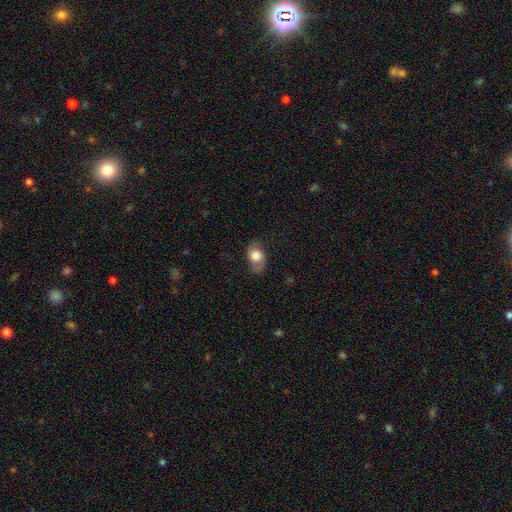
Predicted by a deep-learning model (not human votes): smooth-or-featured: smooth: 71% | featured or disk: 21% | star or artifact: 7%
  how-rounded: in between: 80% | round: 18% | cigar-shaped: 2%
  merging: none: 67% | minor disturbance: 23% | major disturbance: 9% | merger: 1%